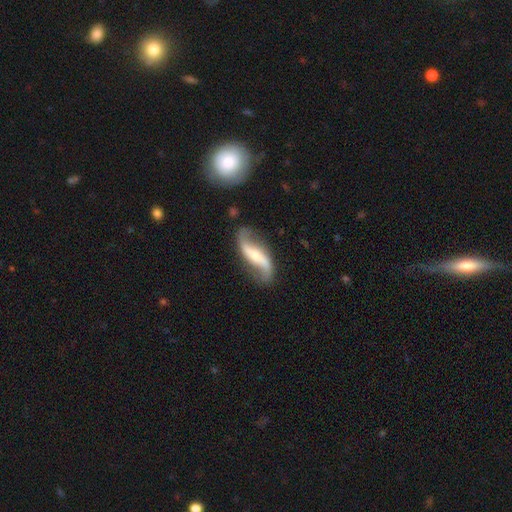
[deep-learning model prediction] A featured or disk galaxy (85%) with a strong bar (39%), 2 (93%) loose (86%) spiral arms (95%) and a small central bulge (46%).

Vote fractions:
- Smooth or featured? featured or disk: 85% / smooth: 10% / star or artifact: 5%
- Edge-on disk? no: 92% / yes: 8%
- Bar? strong: 39% / weak: 31% / no: 29%
- Spiral arms? yes: 95% / no: 5%
- Spiral winding? loose: 86% / medium: 11% / tight: 3%
- Spiral arm count? 2: 93% / 1: 3% / can't tell: 2% / 3: 1% / 4: 1% / more than 4: 1%
- Bulge size? small: 46% / moderate: 34% / none: 11% / large: 7% / dominant: 2%
- Merging? none: 76% / minor disturbance: 14% / major disturbance: 6% / merger: 3%